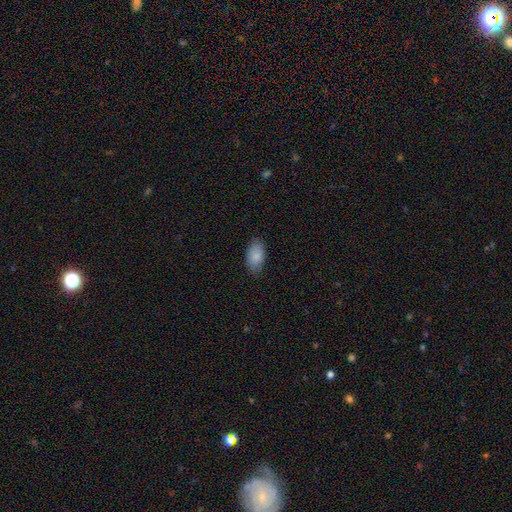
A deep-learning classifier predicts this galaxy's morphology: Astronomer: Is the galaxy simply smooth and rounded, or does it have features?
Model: smooth — 88%.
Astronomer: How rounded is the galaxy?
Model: in between — 93%.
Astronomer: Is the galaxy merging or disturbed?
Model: none — 82%.